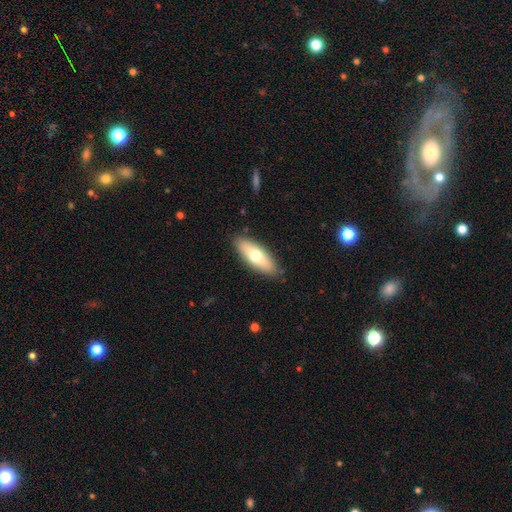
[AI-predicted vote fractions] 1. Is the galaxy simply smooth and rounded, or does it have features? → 64% smooth, 30% featured or disk, 6% star or artifact.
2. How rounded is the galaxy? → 65% in between, 33% cigar-shaped, 2% round.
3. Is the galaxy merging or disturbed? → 86% none, 10% minor disturbance, 2% major disturbance, 1% merger.